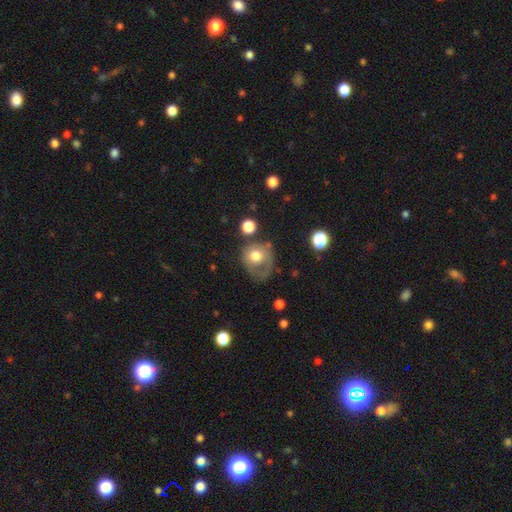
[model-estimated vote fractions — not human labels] Smooth or featured? Predicted: smooth (p=0.63). How rounded? Predicted: round (p=0.73). Merging? Predicted: none (p=0.36).